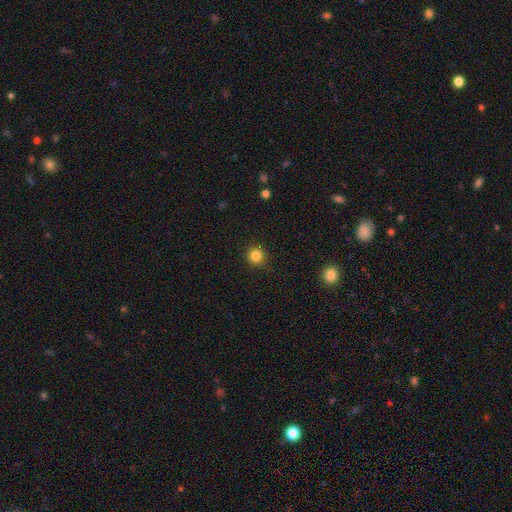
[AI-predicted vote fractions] Q: Smooth or featured?
A: smooth (84%); runner-up: star or artifact (12%)
Q: How rounded?
A: round (93%); runner-up: in between (6%)
Q: Merging?
A: none (91%); runner-up: minor disturbance (6%)